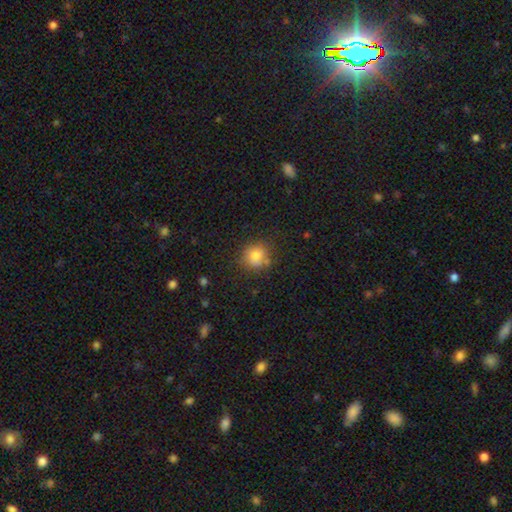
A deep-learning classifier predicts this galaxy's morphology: smooth_or_featured: smooth (p=0.78) [alt: star or artifact p=0.12]
how_rounded: round (p=0.83) [alt: in between p=0.16]
merging: none (p=0.71) [alt: minor disturbance p=0.16]